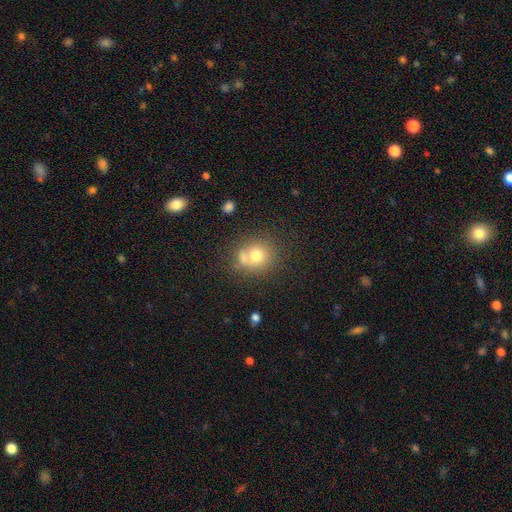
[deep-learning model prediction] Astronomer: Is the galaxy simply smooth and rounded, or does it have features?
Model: smooth — 72%.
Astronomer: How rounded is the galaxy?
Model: round — 79%.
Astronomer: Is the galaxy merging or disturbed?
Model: none — 49% (runner-up: merger, 29%).